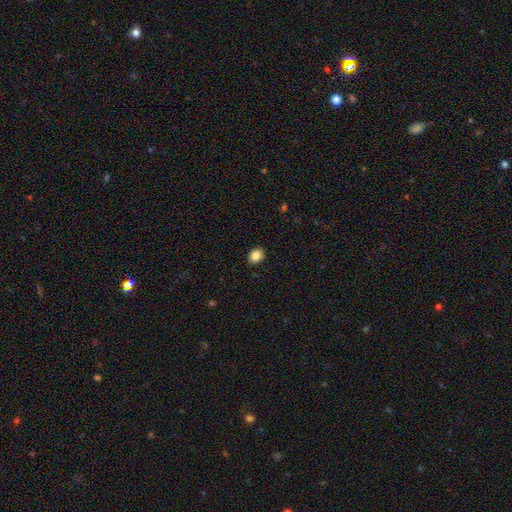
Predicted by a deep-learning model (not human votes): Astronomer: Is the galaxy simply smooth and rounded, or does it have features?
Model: smooth — 86%.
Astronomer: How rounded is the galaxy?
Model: in between — 51% (runner-up: round, 48%).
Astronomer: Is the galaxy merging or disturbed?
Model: none — 89%.